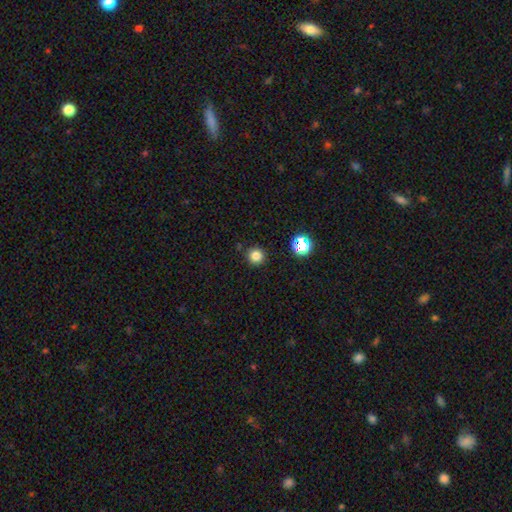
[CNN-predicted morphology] type=smooth (80%); roundness=round (95%); merging=none (89%).